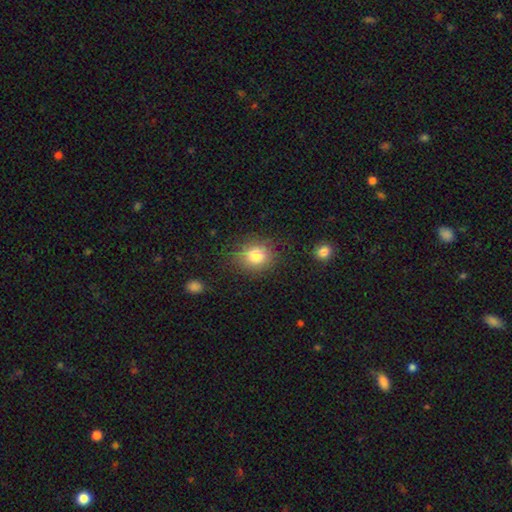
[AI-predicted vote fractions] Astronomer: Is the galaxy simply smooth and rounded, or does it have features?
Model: smooth — 80%.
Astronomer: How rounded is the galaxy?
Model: round — 73%.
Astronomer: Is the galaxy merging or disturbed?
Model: none — 79%.